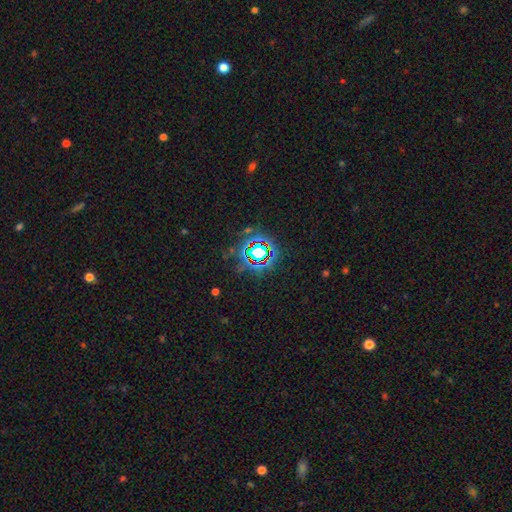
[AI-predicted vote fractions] star or artifact 75%, smooth 15%, featured or disk 10%.